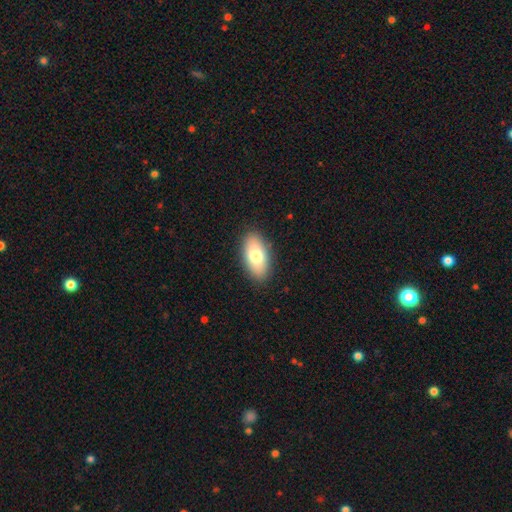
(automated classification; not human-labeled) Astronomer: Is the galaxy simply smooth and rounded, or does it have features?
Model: smooth — 75%.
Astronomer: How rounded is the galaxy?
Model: in between — 92%.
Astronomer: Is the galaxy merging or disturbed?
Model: none — 88%.